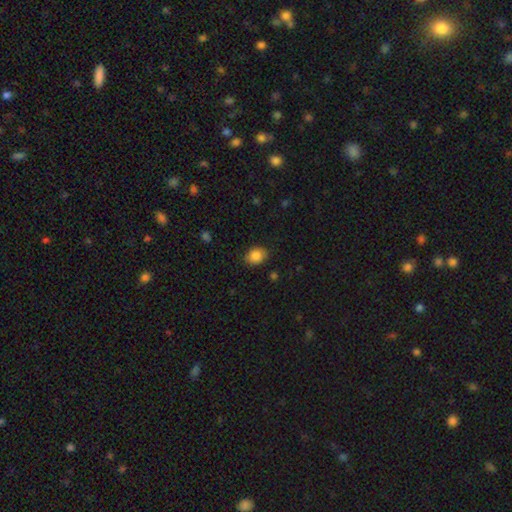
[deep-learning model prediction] Q: Smooth or featured?
A: smooth (87%); runner-up: star or artifact (8%)
Q: How rounded?
A: in between (53%); runner-up: round (46%)
Q: Merging?
A: none (82%); runner-up: minor disturbance (14%)